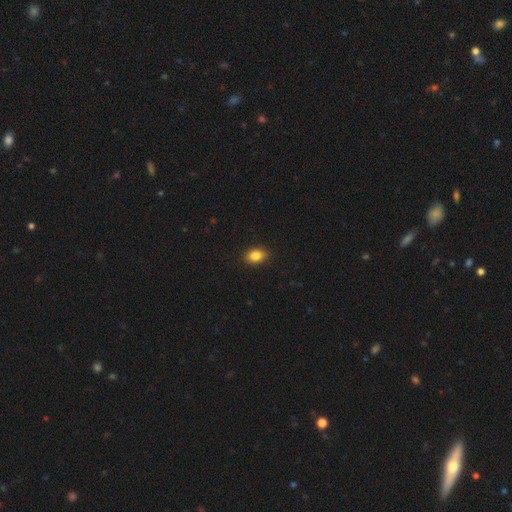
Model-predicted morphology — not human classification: This is clearly a smooth galaxy (85%). How rounded: likely in between (78%). Merging: clearly none (90%).